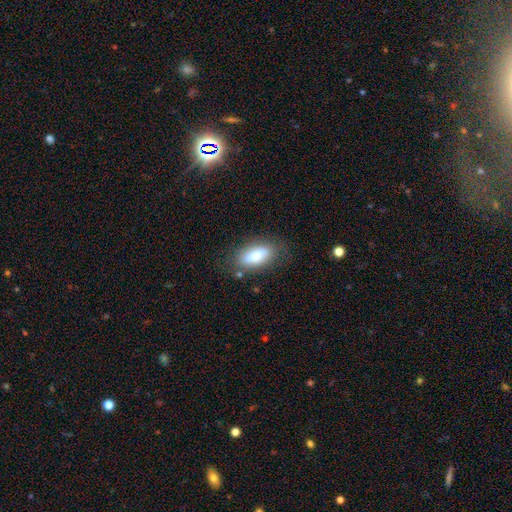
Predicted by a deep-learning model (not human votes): Smooth or featured? Predicted: smooth (p=0.73). How rounded? Predicted: in between (p=0.84). Merging? Predicted: none (p=0.76).